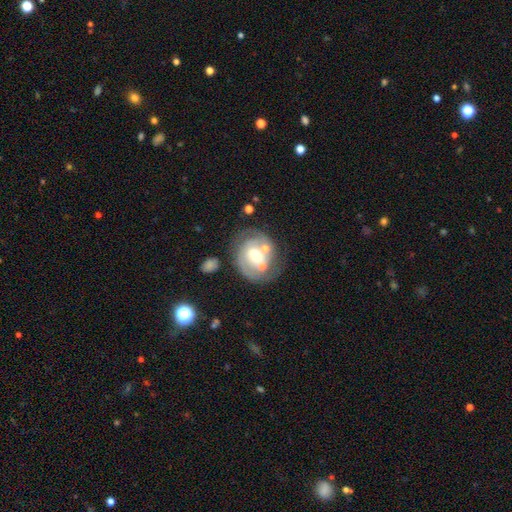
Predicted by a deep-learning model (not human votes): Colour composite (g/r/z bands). It shows a featured or disk galaxy (64%) with no bar (54%), spiral arms (67%) and a moderate central bulge (65%). Merging: none (55%).